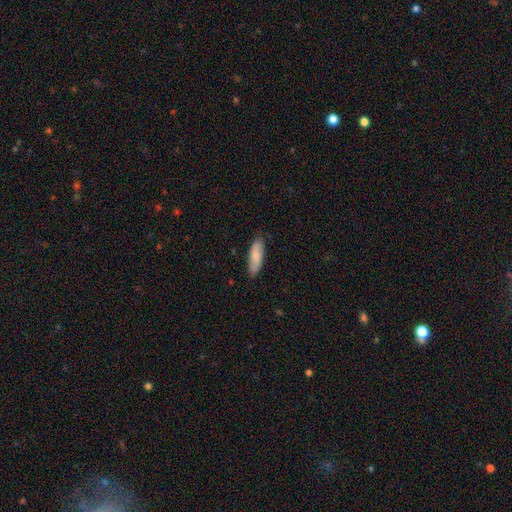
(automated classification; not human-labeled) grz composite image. It shows a smooth galaxy with no disk features (78%) that is cigar-shaped (49%, tied with in between). Merging: none (85%).